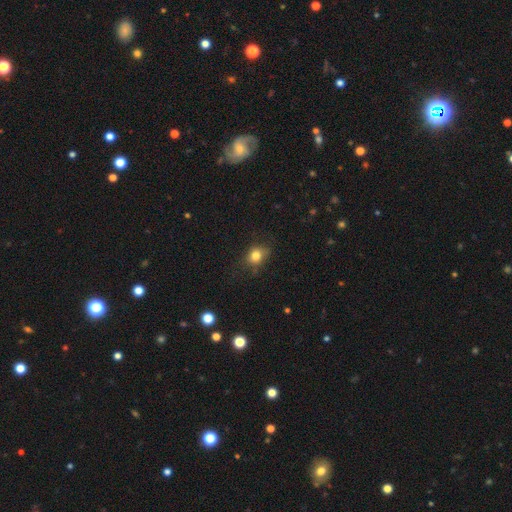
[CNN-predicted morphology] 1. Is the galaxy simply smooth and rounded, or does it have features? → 79% smooth, 12% star or artifact, 9% featured or disk.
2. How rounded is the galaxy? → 55% round, 43% in between, 1% cigar-shaped.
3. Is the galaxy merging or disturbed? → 69% none, 22% minor disturbance, 7% major disturbance, 2% merger.